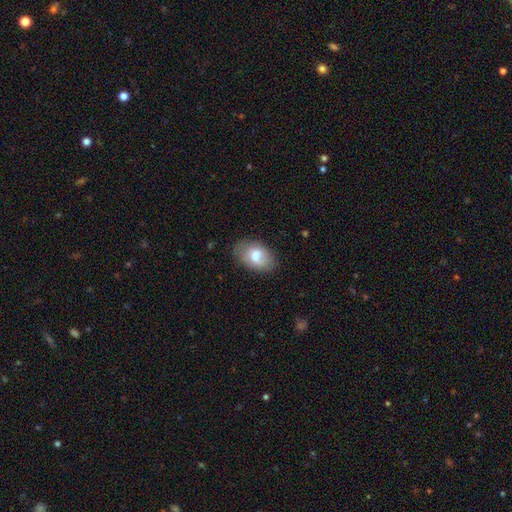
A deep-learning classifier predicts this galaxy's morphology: Smooth or featured?
  - smooth: 72% *
  - featured or disk: 21%
  - star or artifact: 7%
How rounded?
  - in between: 90% *
  - round: 9%
  - cigar-shaped: 1%
Merging?
  - none: 77% *
  - minor disturbance: 17%
  - major disturbance: 4%
  - merger: 1%